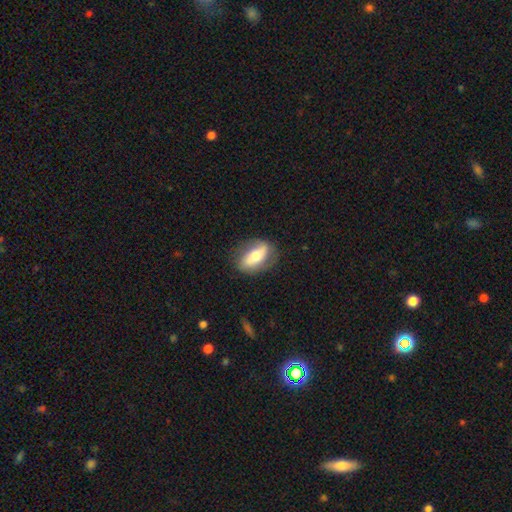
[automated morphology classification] A featured or disk galaxy (47%).

Vote fractions:
- Smooth or featured? featured or disk: 47% / smooth: 46% / star or artifact: 6%
- Merging? none: 76% / minor disturbance: 17% / major disturbance: 6% / merger: 1%